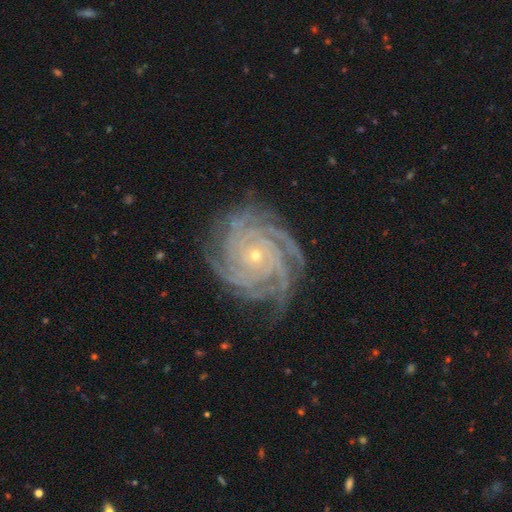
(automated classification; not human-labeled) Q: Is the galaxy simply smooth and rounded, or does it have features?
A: featured or disk — 91%.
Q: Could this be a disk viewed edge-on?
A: no — 98%.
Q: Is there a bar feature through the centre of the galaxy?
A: no — 78%.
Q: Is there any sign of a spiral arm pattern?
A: yes — 99%.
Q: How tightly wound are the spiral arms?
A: tight — 82%.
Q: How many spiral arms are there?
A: more than 4 — 33%.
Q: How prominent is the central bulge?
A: small — 82%.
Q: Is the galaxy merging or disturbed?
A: none — 78%.